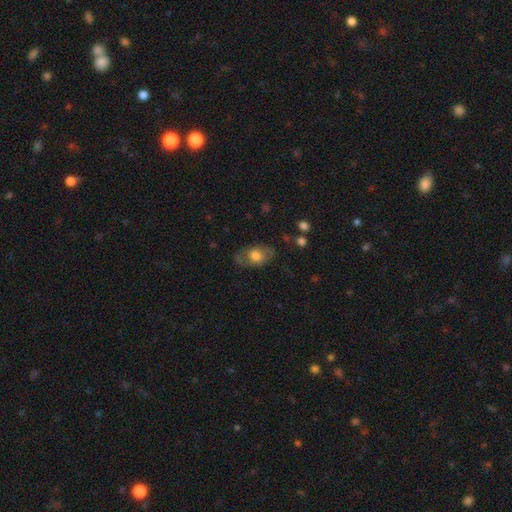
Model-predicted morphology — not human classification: smooth_or_featured: smooth (p=0.64) [alt: featured or disk p=0.28]
how_rounded: in between (p=0.83) [alt: round p=0.15]
merging: none (p=0.68) [alt: minor disturbance p=0.21]